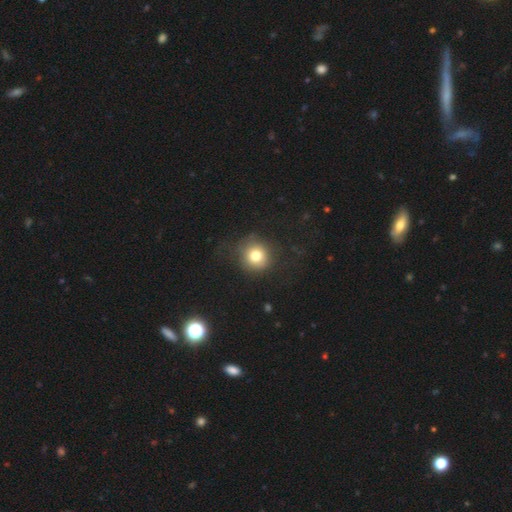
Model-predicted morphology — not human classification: Smooth or featured: smooth — 76% (star or artifact — 13%)
How rounded: round — 92% (in between — 7%)
Merging: none — 78% (minor disturbance — 13%)